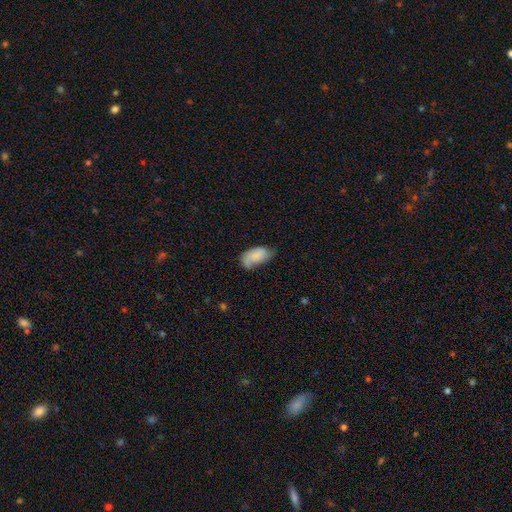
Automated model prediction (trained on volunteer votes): Smooth or featured? Predicted: smooth (p=0.70). How rounded? Predicted: in between (p=0.94). Merging? Predicted: none (p=0.45).